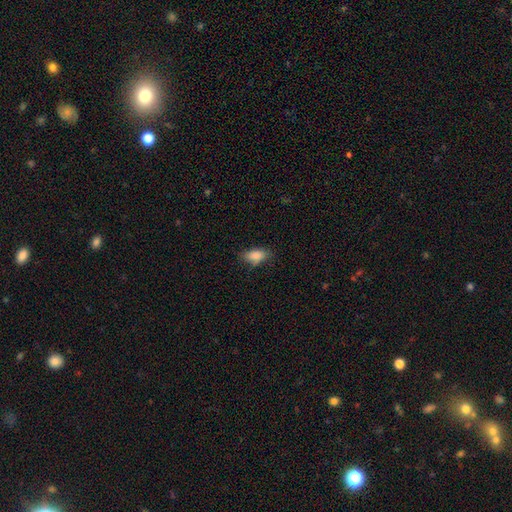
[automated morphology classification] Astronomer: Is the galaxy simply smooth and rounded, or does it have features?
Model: smooth — 86%.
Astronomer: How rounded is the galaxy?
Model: in between — 89%.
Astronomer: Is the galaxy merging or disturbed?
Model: none — 68%.